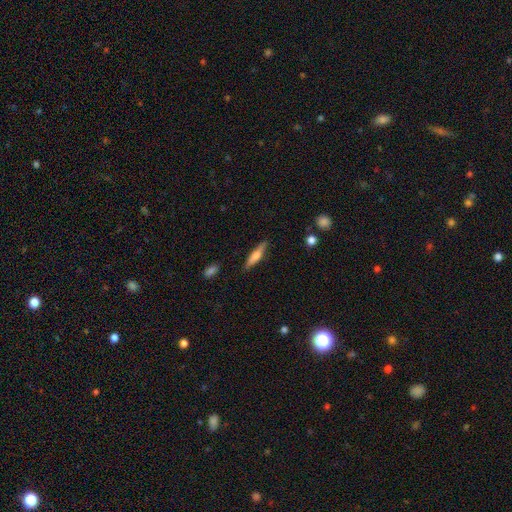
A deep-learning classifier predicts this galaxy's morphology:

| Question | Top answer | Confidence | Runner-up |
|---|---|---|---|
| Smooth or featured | smooth | 59% | featured or disk (35%) |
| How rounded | cigar-shaped | 81% | in between (17%) |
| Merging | none | 85% | minor disturbance (11%) |